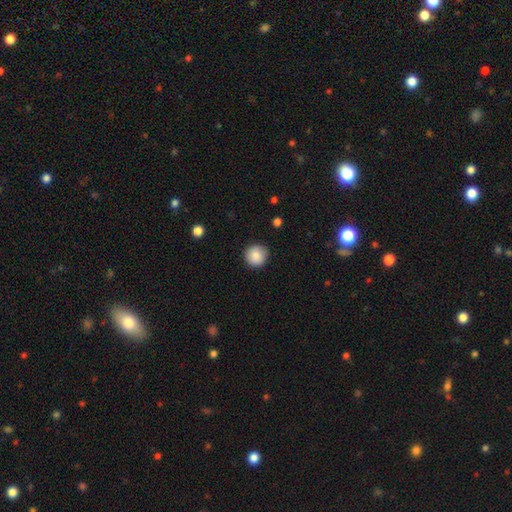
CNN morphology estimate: Overall: smooth (87%). How rounded: round (94%). Merging: none (89%).